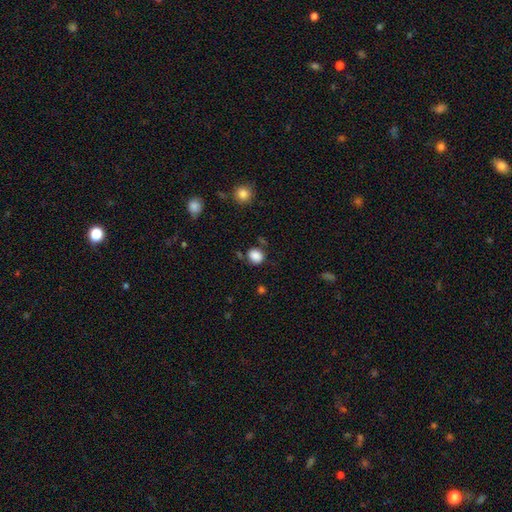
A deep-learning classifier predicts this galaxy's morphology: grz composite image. It shows a smooth galaxy with no disk features (86%) that is round (65%). Merging: none (77%).